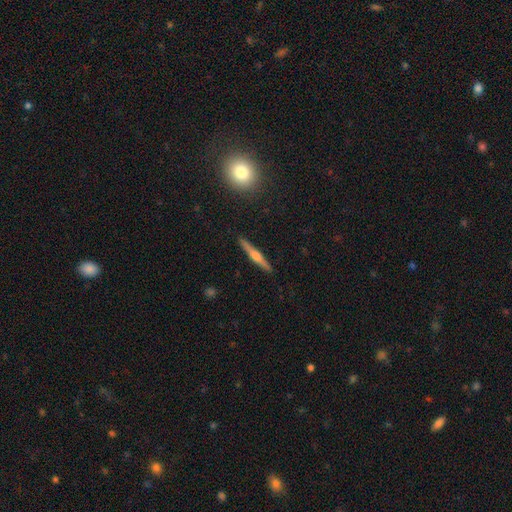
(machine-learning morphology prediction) A featured or disk galaxy (65%) viewed edge-on (98%) with a rounded central bulge (83%).

Vote fractions:
- Smooth or featured? featured or disk: 65% / smooth: 28% / star or artifact: 7%
- Edge-on disk? yes: 98% / no: 2%
- Edge-on bulge? rounded: 83% / boxy: 9% / none: 8%
- Merging? none: 91% / minor disturbance: 6% / major disturbance: 1% / merger: 1%